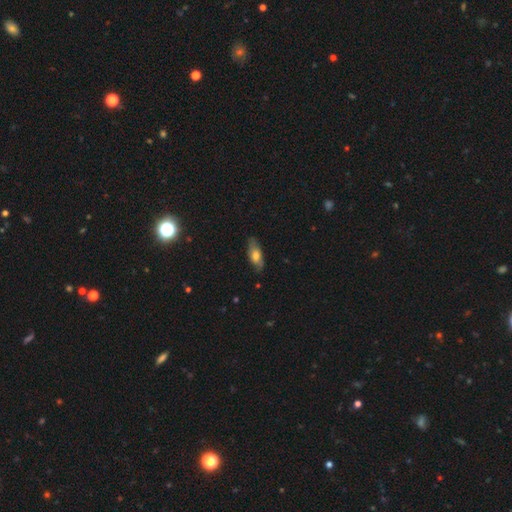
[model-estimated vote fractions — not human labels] The model was most divided on "smooth or featured": smooth: 62%, featured or disk: 31%, star or artifact: 7%. More confident: how rounded — in between (77%); merging — none (76%).